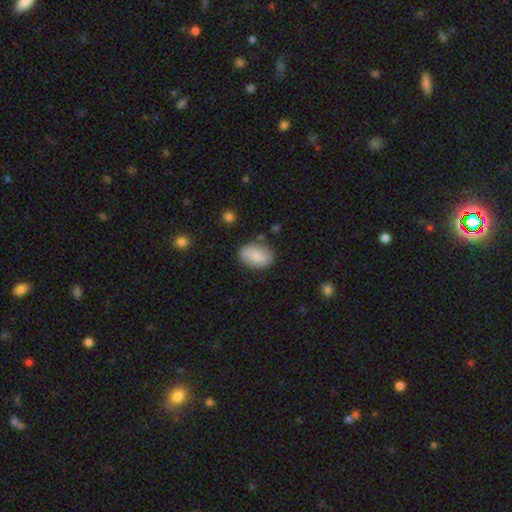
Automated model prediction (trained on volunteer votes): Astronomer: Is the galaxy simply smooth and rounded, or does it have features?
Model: smooth — 79%.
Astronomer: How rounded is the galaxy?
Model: in between — 84%.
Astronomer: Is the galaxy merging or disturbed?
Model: none — 80%.